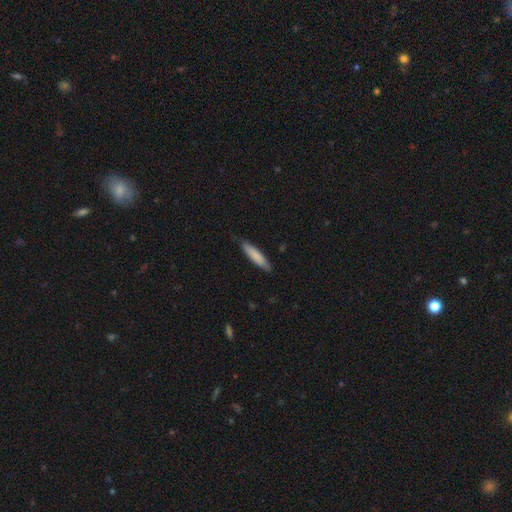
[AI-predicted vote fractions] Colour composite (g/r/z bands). It shows a smooth galaxy with no disk features (81%) that is cigar-shaped (82%). Merging: none (83%).